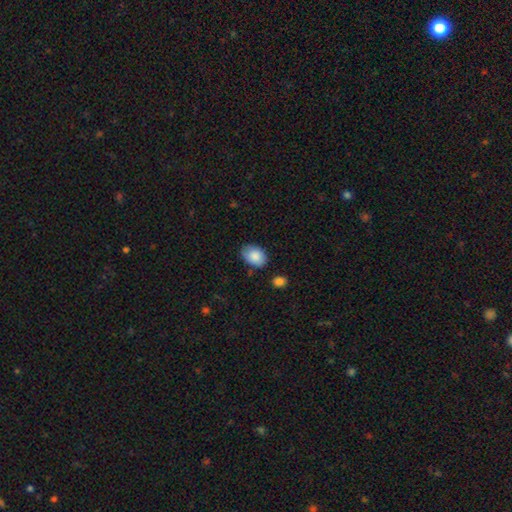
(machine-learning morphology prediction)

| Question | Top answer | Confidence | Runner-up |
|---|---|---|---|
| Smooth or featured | smooth | 87% | featured or disk (7%) |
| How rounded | in between | 79% | round (20%) |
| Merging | none | 74% | minor disturbance (19%) |